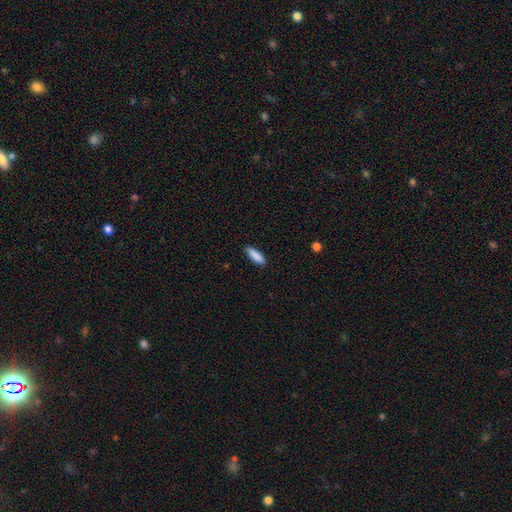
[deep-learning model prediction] This appears to be a smooth galaxy with no disk features (88%) that is cigar-shaped (57%). Merging: none (88%).